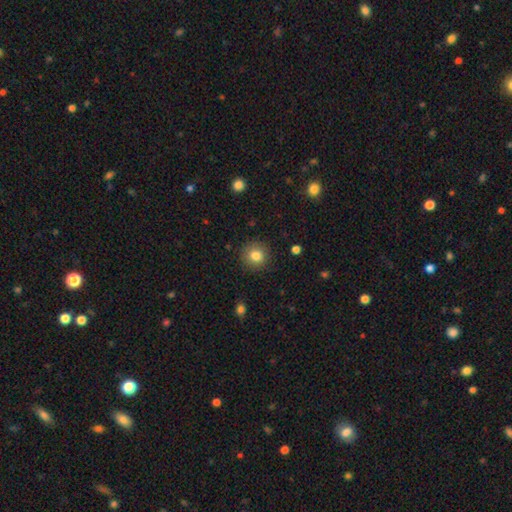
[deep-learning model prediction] The model was most divided on "smooth or featured": smooth: 82%, star or artifact: 10%, featured or disk: 7%. More confident: how rounded — round (92%); merging — none (89%).